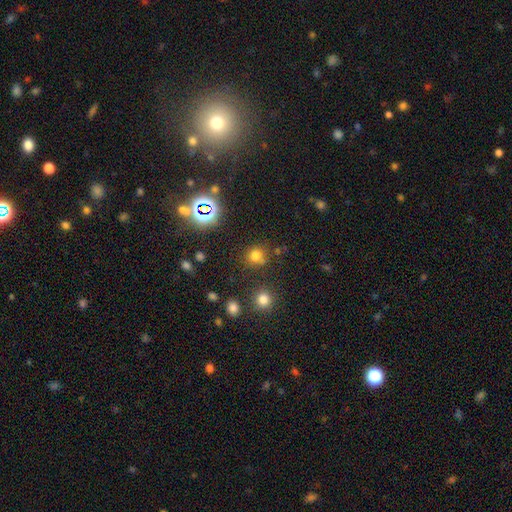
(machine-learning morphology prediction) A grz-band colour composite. It shows a smooth galaxy with no disk features (69%) that is round (85%). Merging: none (73%).